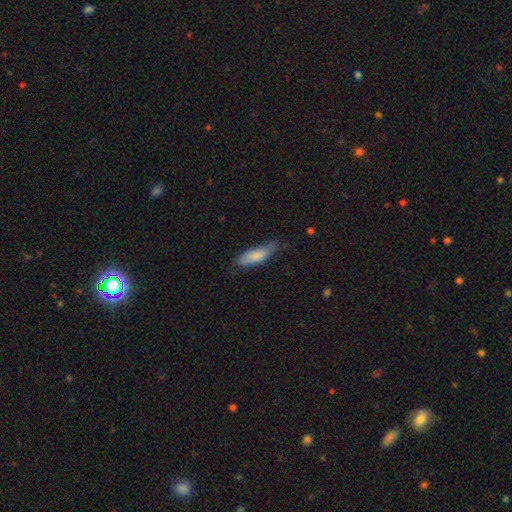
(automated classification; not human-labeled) smooth_or_featured: smooth (p=0.80) [alt: featured or disk p=0.14]
how_rounded: in between (p=0.59) [alt: cigar-shaped p=0.40]
merging: none (p=0.54) [alt: minor disturbance p=0.35]